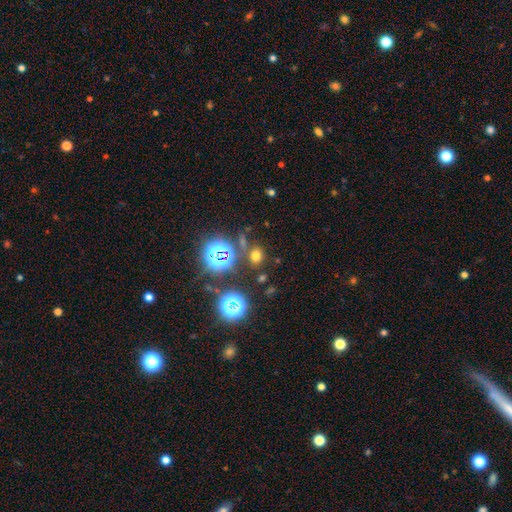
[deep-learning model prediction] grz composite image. It shows a smooth galaxy with no disk features (60%) that is round (63%). Merging: none (79%).